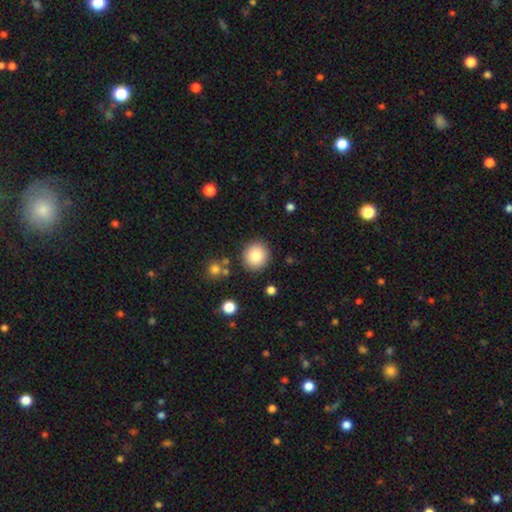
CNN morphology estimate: smooth_or_featured: smooth (p=0.82) [alt: star or artifact p=0.09]
how_rounded: round (p=0.89) [alt: in between p=0.10]
merging: none (p=0.88) [alt: minor disturbance p=0.07]